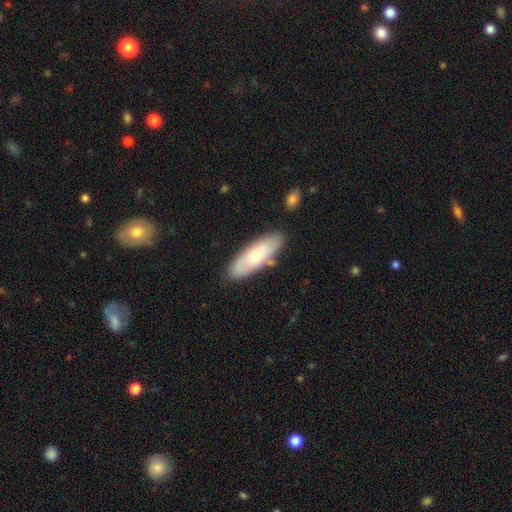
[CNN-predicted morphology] A smooth galaxy with no disk features (56%) that is in between round and cigar-shaped (66%).

Vote fractions:
- Smooth or featured? smooth: 56% / featured or disk: 39% / star or artifact: 6%
- How rounded? in between: 66% / cigar-shaped: 32% / round: 2%
- Merging? none: 79% / minor disturbance: 13% / merger: 4% / major disturbance: 3%